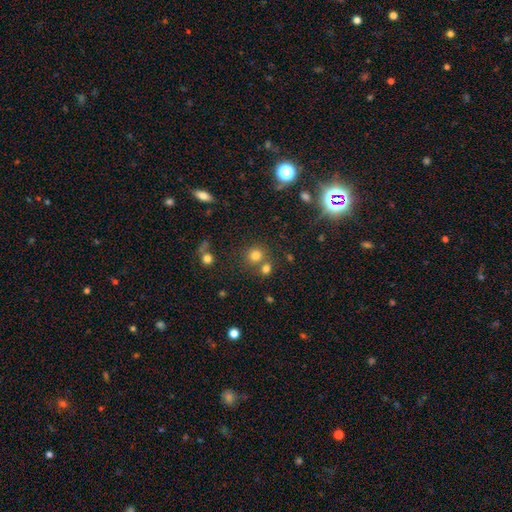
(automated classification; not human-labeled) A smooth galaxy with no disk features (76%) that is round (87%).

Vote fractions:
- Smooth or featured? smooth: 76% / star or artifact: 17% / featured or disk: 7%
- How rounded? round: 87% / in between: 12% / cigar-shaped: 1%
- Merging? none: 64% / merger: 25% / minor disturbance: 8% / major disturbance: 3%